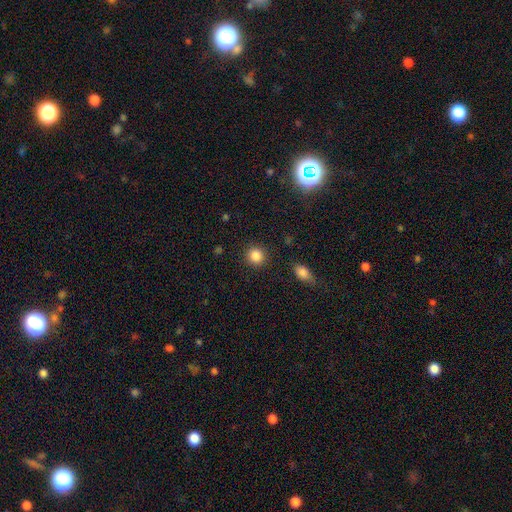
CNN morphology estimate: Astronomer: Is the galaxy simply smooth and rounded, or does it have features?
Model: smooth — 86%.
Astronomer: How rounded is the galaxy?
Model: round — 90%.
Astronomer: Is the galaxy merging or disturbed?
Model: none — 89%.